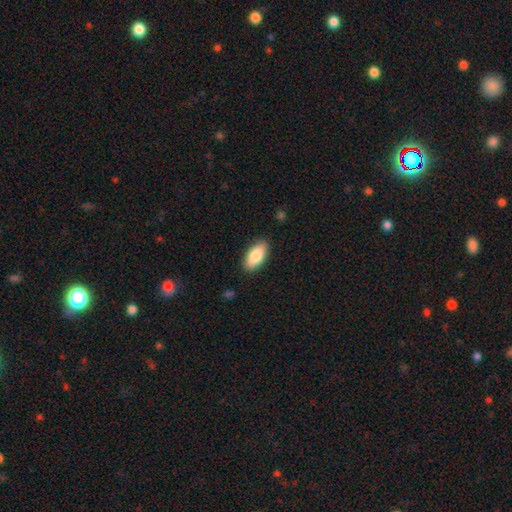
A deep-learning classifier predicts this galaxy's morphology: Smooth or featured? Predicted: smooth (p=0.84). How rounded? Predicted: in between (p=0.91). Merging? Predicted: none (p=0.88).